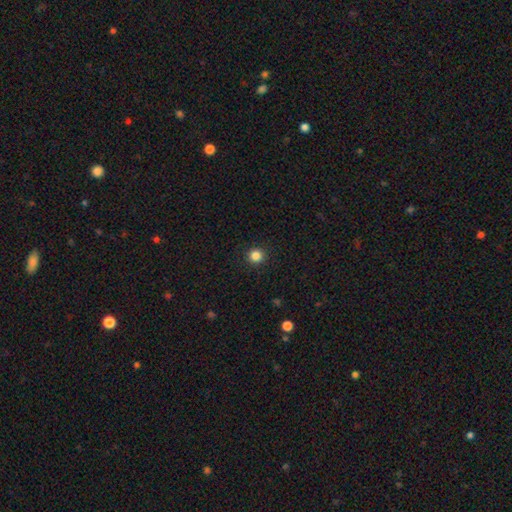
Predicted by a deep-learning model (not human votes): smooth-or-featured: smooth: 85% | star or artifact: 12% | featured or disk: 4%
  how-rounded: round: 95% | in between: 4% | cigar-shaped: 1%
  merging: none: 93% | minor disturbance: 4% | major disturbance: 2% | merger: 1%